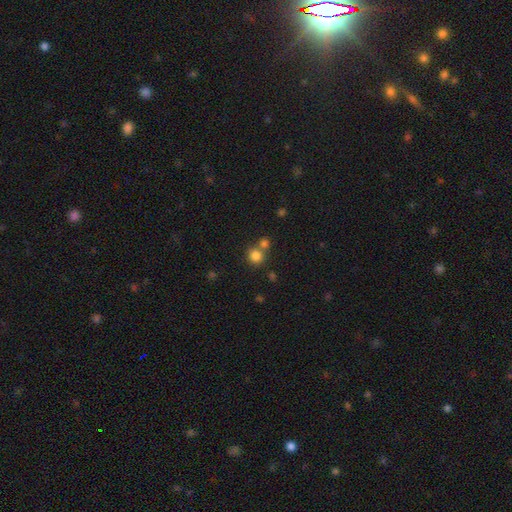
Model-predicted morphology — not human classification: A smooth galaxy with no disk features (81%) that is round (89%). Merging: none (61%).